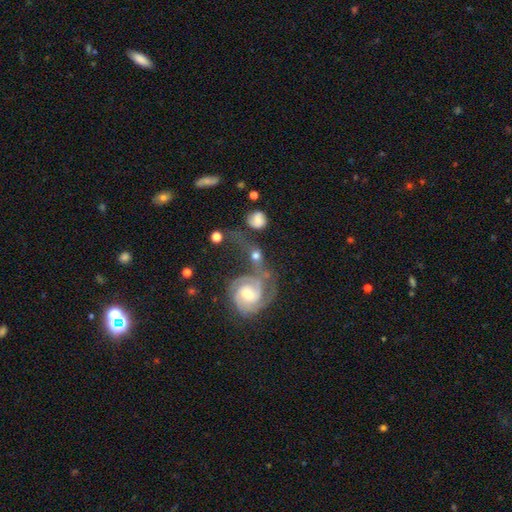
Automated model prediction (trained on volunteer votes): Smooth or featured? Predicted: featured or disk (p=0.57). Edge-on disk? Predicted: no (p=0.94). Bar? Predicted: no (p=0.51). Spiral arms? Predicted: yes (p=0.84). Bulge size? Predicted: moderate (p=0.61). Merging? Predicted: merger (p=0.38).